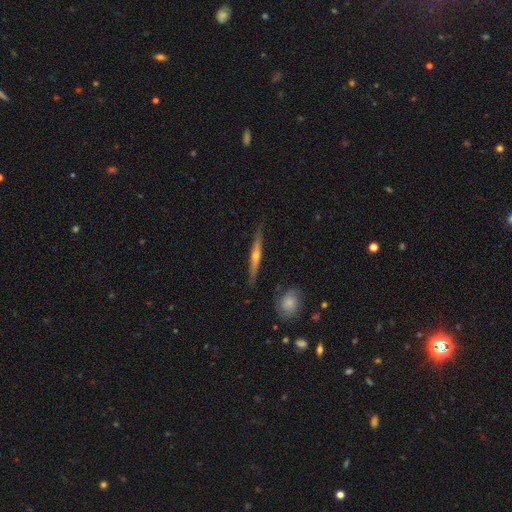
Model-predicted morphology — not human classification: Smooth or featured? featured or disk (71%)
Edge-on disk? yes (96%)
Edge-on bulge? rounded (88%)
Merging? none (87%)